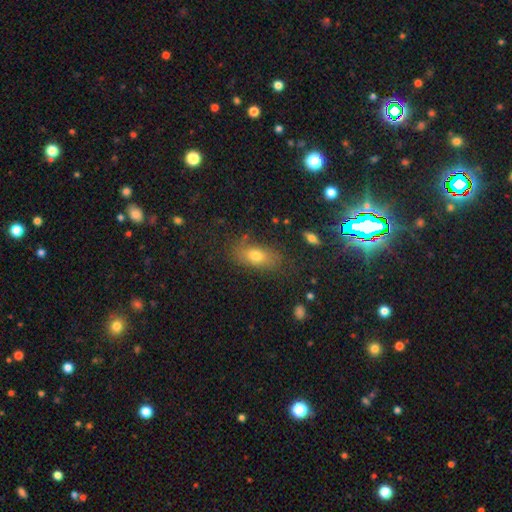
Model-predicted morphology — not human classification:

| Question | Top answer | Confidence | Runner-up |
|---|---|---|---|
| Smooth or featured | smooth | 71% | featured or disk (16%) |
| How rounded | in between | 82% | round (11%) |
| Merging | none | 73% | minor disturbance (18%) |